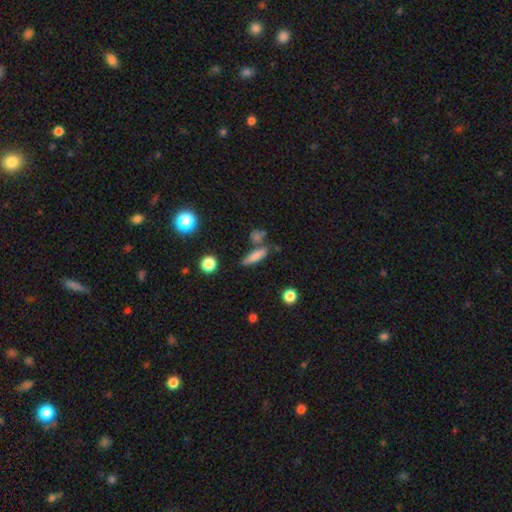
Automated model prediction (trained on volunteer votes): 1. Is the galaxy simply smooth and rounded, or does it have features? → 77% smooth, 14% featured or disk, 9% star or artifact.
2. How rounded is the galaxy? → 66% cigar-shaped, 30% in between, 4% round.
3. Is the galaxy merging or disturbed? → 65% none, 16% merger, 14% minor disturbance, 5% major disturbance.